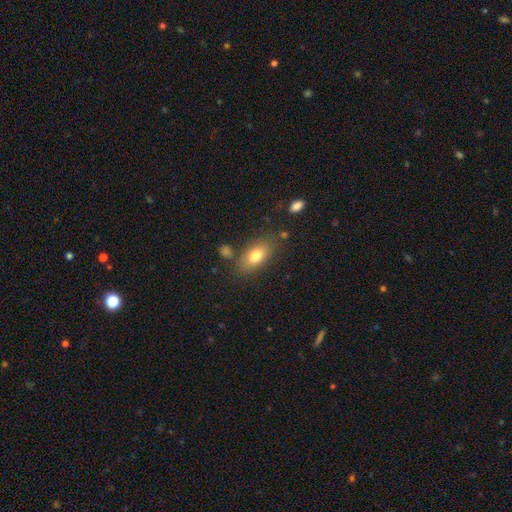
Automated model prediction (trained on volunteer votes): Smooth or featured: smooth — 77% (featured or disk — 15%)
How rounded: in between — 87% (round — 7%)
Merging: none — 76% (minor disturbance — 14%)